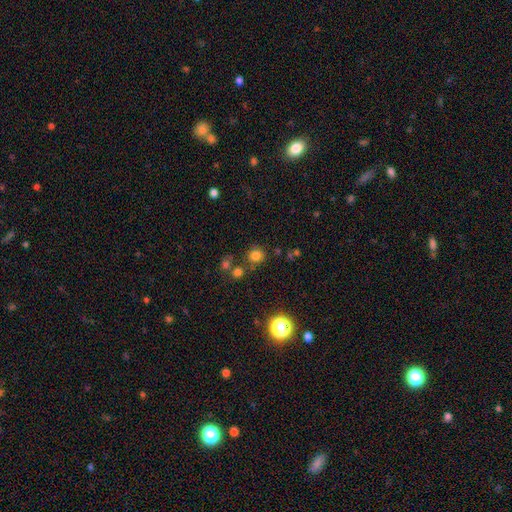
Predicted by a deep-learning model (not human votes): smooth-or-featured: smooth: 76% | star or artifact: 17% | featured or disk: 7%
  how-rounded: round: 90% | in between: 9% | cigar-shaped: 1%
  merging: none: 75% | merger: 11% | minor disturbance: 10% | major disturbance: 4%